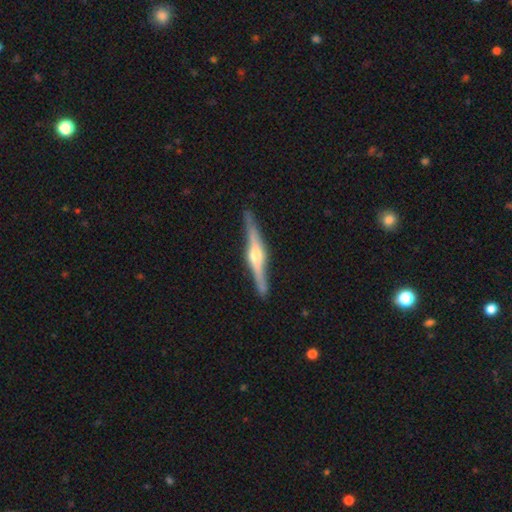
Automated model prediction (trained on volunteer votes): A featured or disk galaxy (81%) viewed edge-on (98%) with a rounded central bulge (92%). Merging: none (88%).